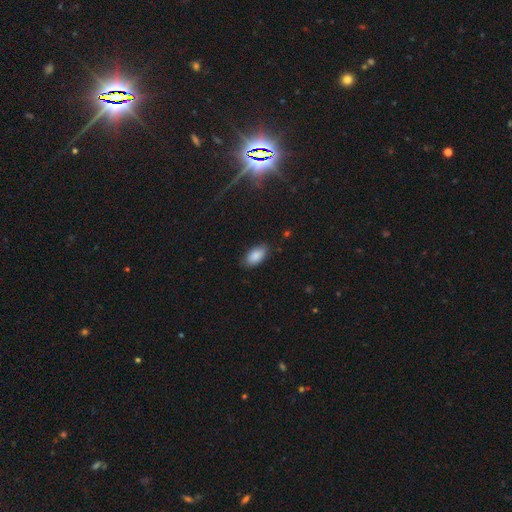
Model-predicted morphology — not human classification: Smooth or featured: smooth — 88% (star or artifact — 7%)
How rounded: in between — 94% (cigar-shaped — 3%)
Merging: none — 83% (minor disturbance — 14%)